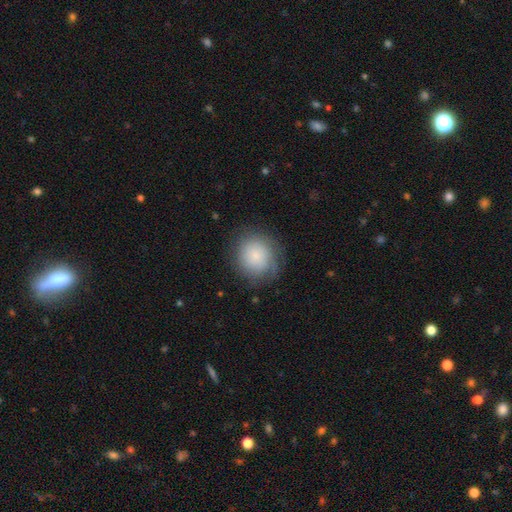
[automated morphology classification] Smooth or featured?
  - smooth: 73% *
  - featured or disk: 19%
  - star or artifact: 8%
How rounded?
  - round: 86% *
  - in between: 13%
  - cigar-shaped: 1%
Merging?
  - none: 73% *
  - minor disturbance: 18%
  - major disturbance: 8%
  - merger: 1%